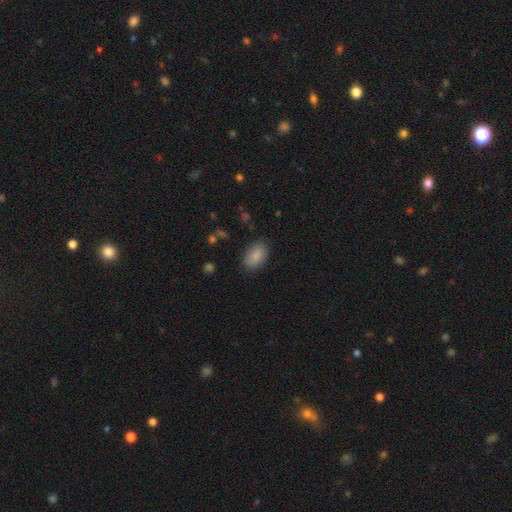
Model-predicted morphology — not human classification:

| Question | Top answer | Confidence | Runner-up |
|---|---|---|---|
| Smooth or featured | smooth | 87% | star or artifact (7%) |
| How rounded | in between | 90% | round (8%) |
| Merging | none | 84% | minor disturbance (12%) |